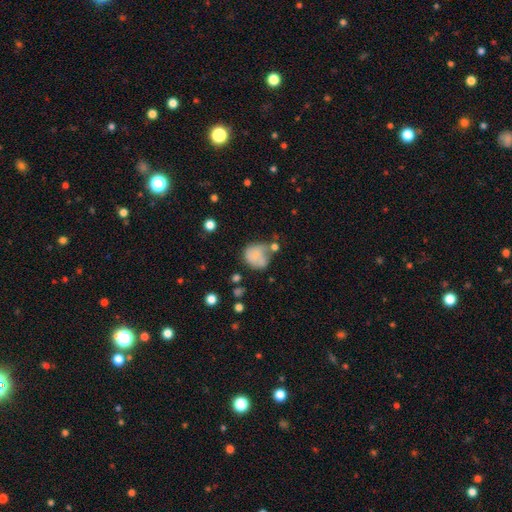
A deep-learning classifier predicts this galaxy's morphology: smooth_or_featured: smooth (p=0.68) [alt: featured or disk p=0.22]
how_rounded: round (p=0.72) [alt: in between p=0.27]
merging: none (p=0.37) [alt: minor disturbance p=0.28]